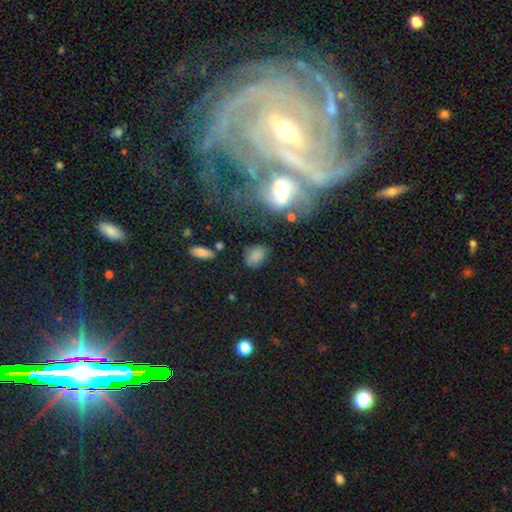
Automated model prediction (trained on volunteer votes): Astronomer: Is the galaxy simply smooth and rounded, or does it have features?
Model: smooth — 79%.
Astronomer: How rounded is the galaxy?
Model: in between — 75%.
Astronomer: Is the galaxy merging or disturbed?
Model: none — 71%.